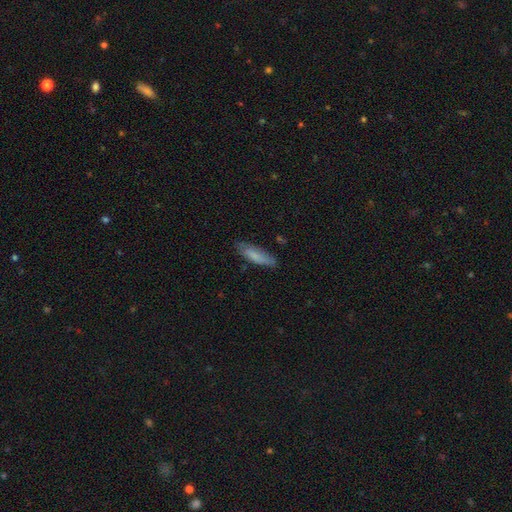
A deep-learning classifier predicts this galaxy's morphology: type=smooth (76%); roundness=cigar-shaped (58%); merging=none (73%).